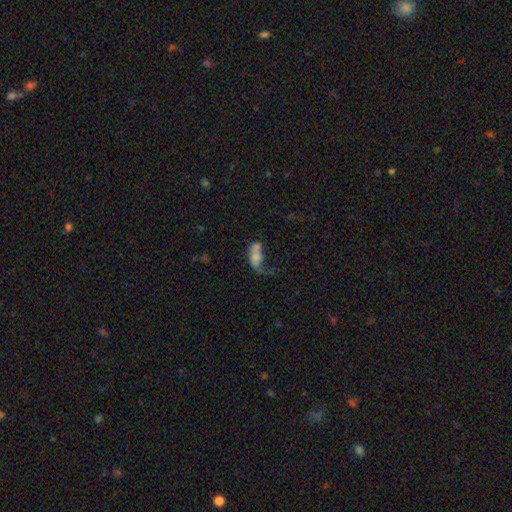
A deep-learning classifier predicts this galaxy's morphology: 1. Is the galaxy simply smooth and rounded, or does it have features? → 60% smooth, 29% featured or disk, 11% star or artifact.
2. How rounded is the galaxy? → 82% in between, 12% cigar-shaped, 6% round.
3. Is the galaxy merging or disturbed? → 38% major disturbance, 28% merger, 18% none, 16% minor disturbance.